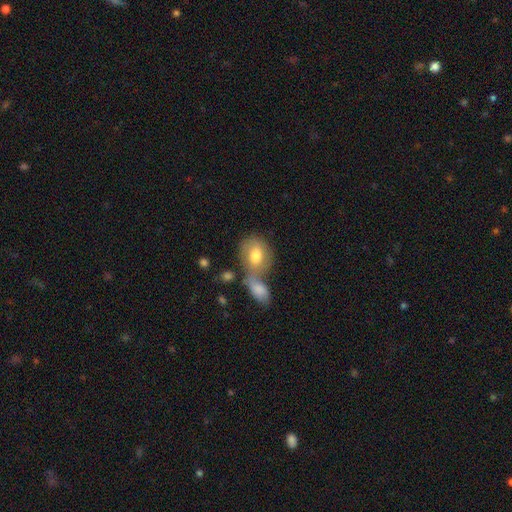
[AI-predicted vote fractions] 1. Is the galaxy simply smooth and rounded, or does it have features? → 72% smooth, 21% featured or disk, 7% star or artifact.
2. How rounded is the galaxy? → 63% in between, 34% round, 2% cigar-shaped.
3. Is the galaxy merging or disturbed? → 51% merger, 31% none, 11% minor disturbance, 7% major disturbance.